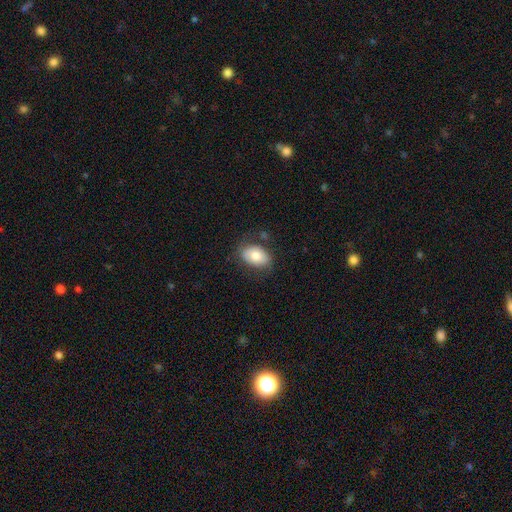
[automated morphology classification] smooth-or-featured: smooth: 77% | featured or disk: 16% | star or artifact: 7%
  how-rounded: in between: 86% | round: 13% | cigar-shaped: 1%
  merging: none: 75% | minor disturbance: 17% | major disturbance: 5% | merger: 3%